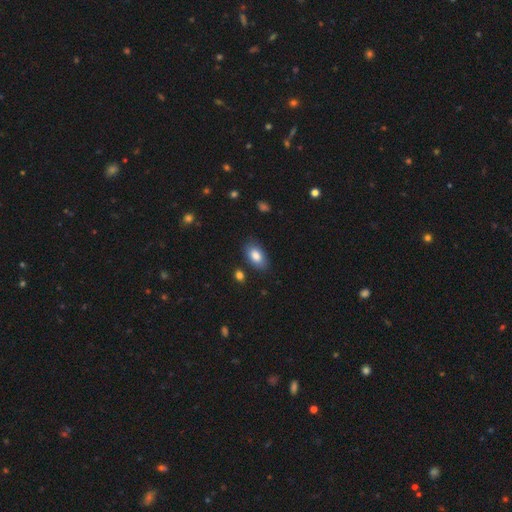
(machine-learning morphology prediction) smooth-or-featured: smooth: 85% | featured or disk: 8% | star or artifact: 7%
  how-rounded: in between: 92% | round: 5% | cigar-shaped: 2%
  merging: none: 82% | minor disturbance: 12% | major disturbance: 3% | merger: 2%